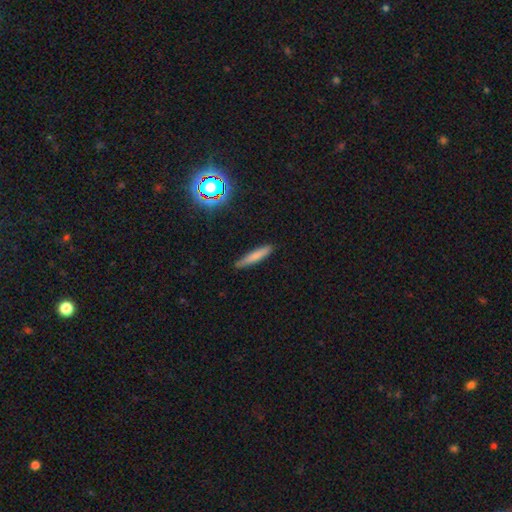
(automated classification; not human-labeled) Smooth or featured? Predicted: smooth (p=0.72). How rounded? Predicted: cigar-shaped (p=0.90). Merging? Predicted: none (p=0.87).